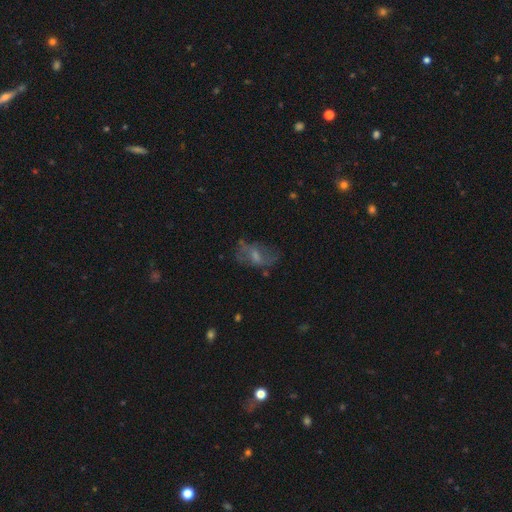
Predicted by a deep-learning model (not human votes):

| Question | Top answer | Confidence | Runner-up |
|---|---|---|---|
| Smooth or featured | featured or disk | 48% | smooth (35%) |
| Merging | none | 56% | minor disturbance (22%) |